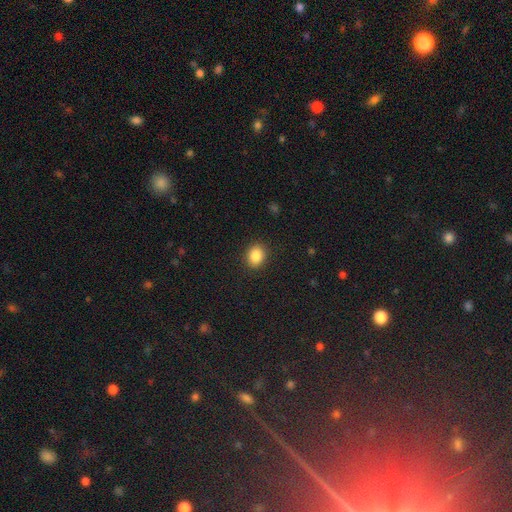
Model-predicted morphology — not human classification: smooth-or-featured: smooth: 86% | star or artifact: 9% | featured or disk: 4%
  how-rounded: round: 53% | in between: 46% | cigar-shaped: 1%
  merging: none: 89% | minor disturbance: 7% | major disturbance: 2% | merger: 1%